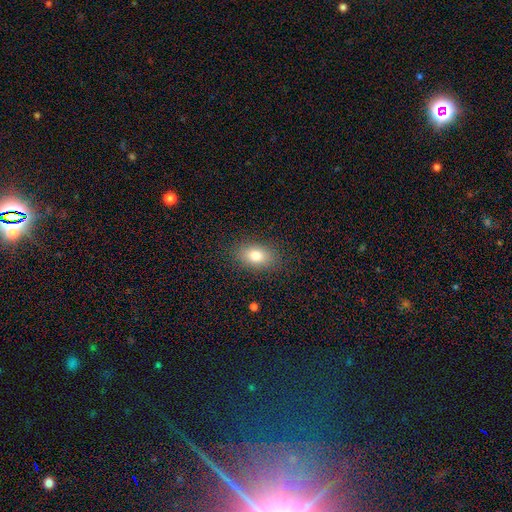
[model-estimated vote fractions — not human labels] Overall: smooth (79%). How rounded: in between (83%). Merging: none (86%).